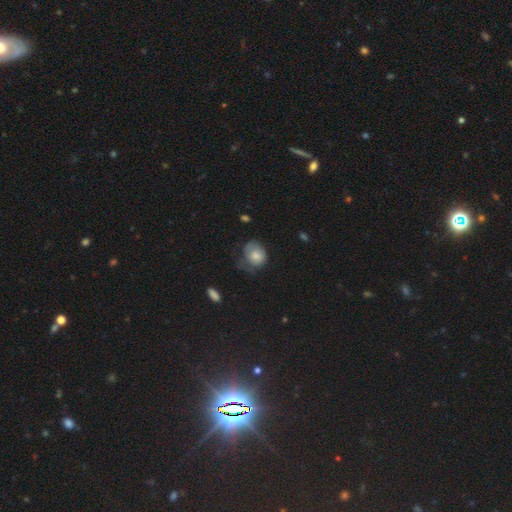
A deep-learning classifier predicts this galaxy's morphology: The model was most divided on "merging": minor disturbance: 35%, none: 33%, major disturbance: 30%, merger: 2%. More confident: smooth or featured — smooth (72%); how rounded — round (61%).